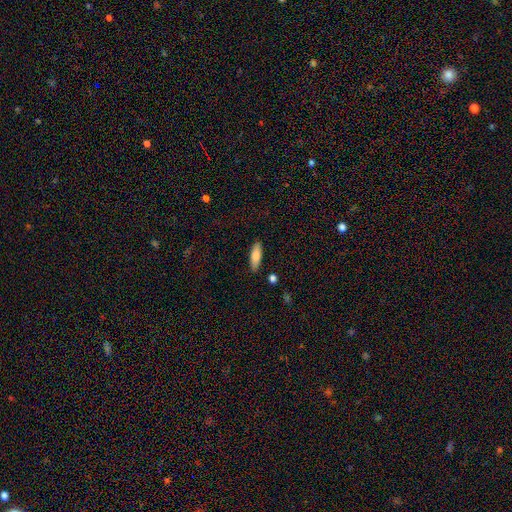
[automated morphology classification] smooth 79%, featured or disk 14%, star or artifact 6%. Down the decision tree: how rounded — in between (52%); merging — none (87%).